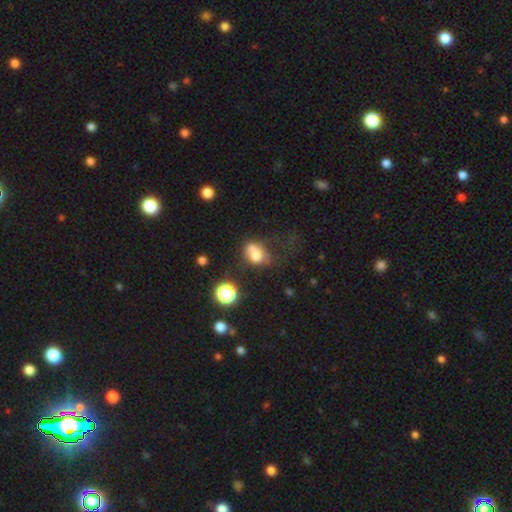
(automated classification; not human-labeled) Overall: smooth (66%). How rounded: round (53%; in between 46%). Merging: merger (42%; none 28%).